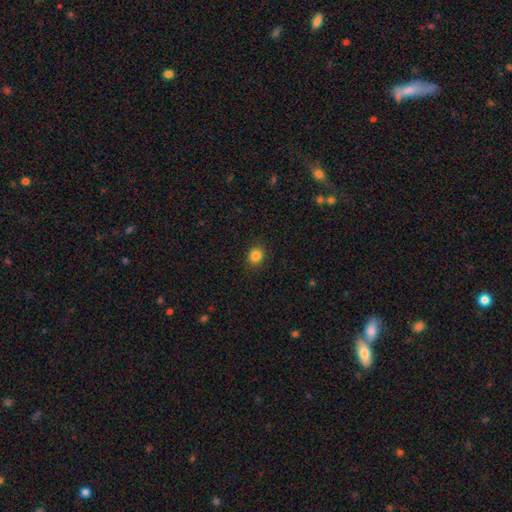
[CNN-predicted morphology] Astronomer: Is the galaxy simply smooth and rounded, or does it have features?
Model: smooth — 85%.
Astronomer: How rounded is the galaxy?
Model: round — 71%.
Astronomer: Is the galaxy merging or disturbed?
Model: none — 90%.